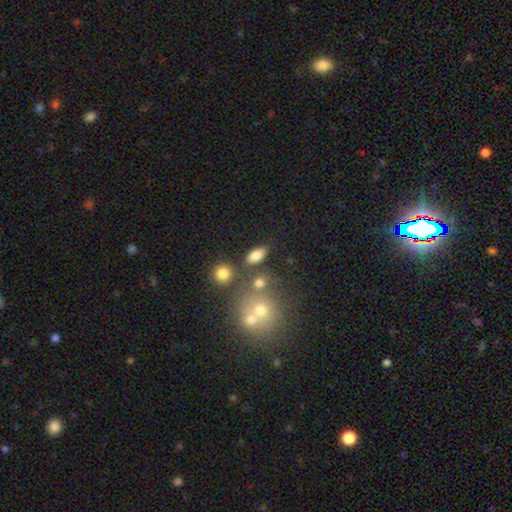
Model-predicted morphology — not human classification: This is likely a smooth galaxy (78%). How rounded: clearly in between (83%). Merging: likely none (73%).